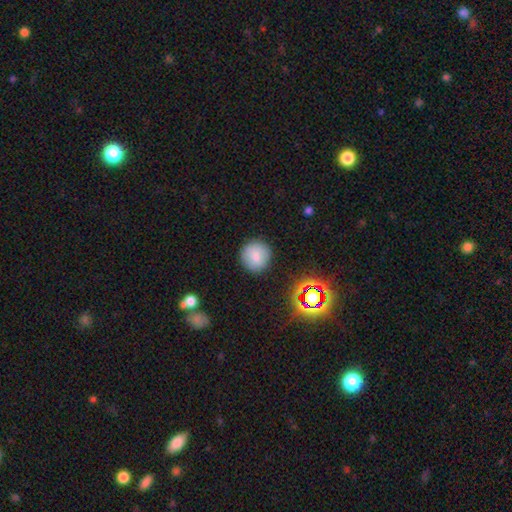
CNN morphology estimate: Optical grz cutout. It shows a smooth galaxy with no disk features (80%) that is round (94%). Merging: none (89%).